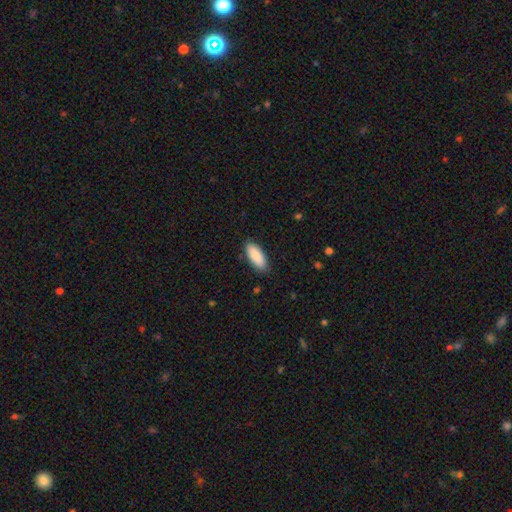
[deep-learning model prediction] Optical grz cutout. It shows a smooth galaxy with no disk features (90%) that is in between round and cigar-shaped (81%). Merging: none (87%).